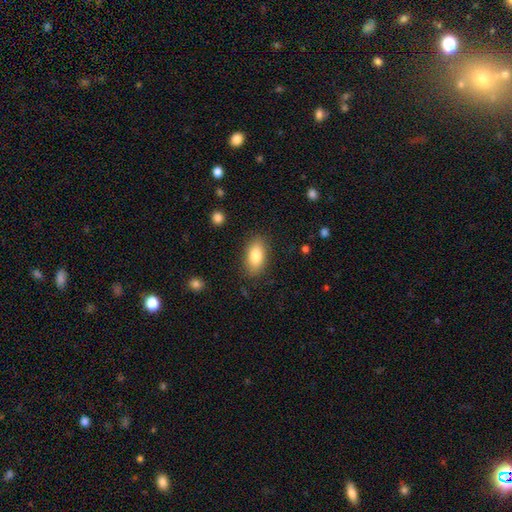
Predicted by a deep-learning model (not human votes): This is clearly a smooth galaxy (84%). How rounded: clearly in between (90%). Merging: clearly none (85%).